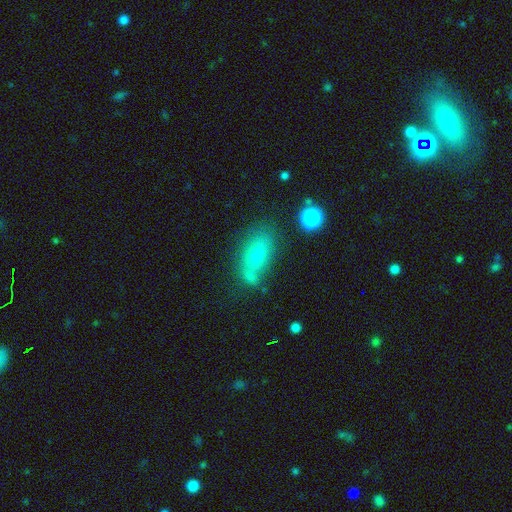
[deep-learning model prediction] This is likely a smooth galaxy (67%). How rounded: clearly in between (80%). Merging: possibly none (54%).